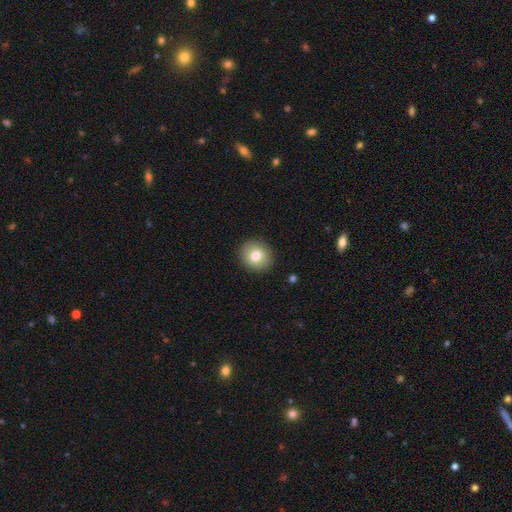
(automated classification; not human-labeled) Smooth or featured? Predicted: smooth (p=0.78). How rounded? Predicted: round (p=0.81). Merging? Predicted: none (p=0.91).